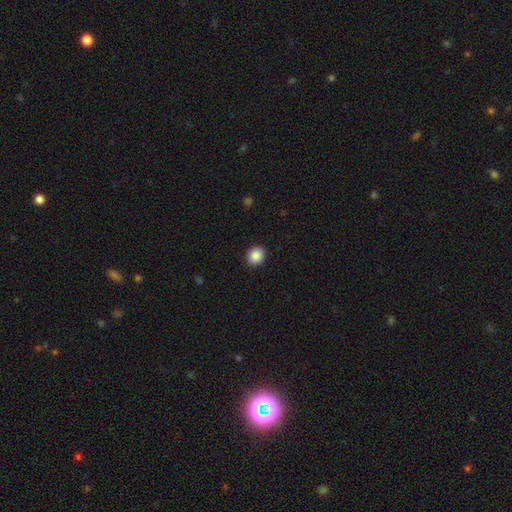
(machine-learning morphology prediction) A smooth galaxy with no disk features (88%) that is round (85%). Merging: none (91%).